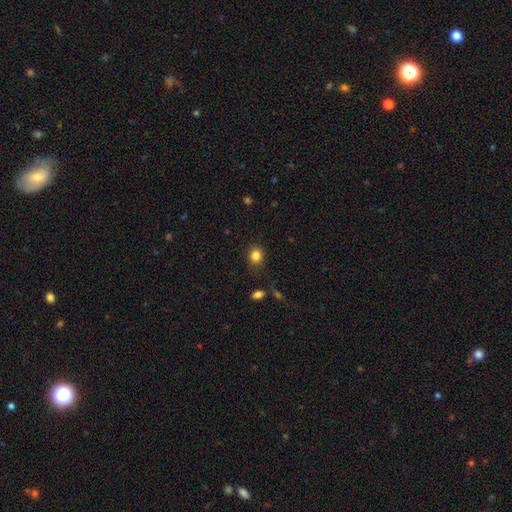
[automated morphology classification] This is clearly a smooth galaxy (85%). How rounded: likely round (70%). Merging: clearly none (83%).